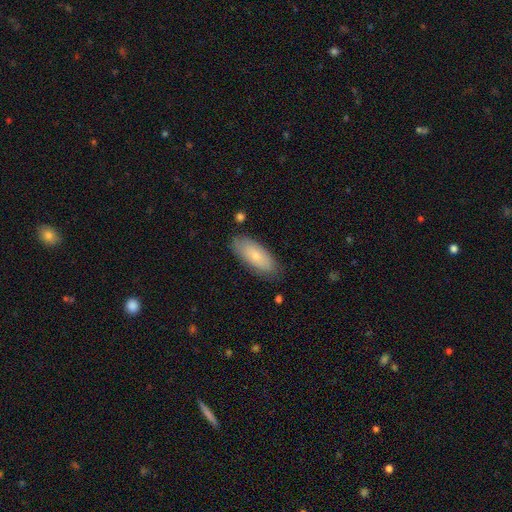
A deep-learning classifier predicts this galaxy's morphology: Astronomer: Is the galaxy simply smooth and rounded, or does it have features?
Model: smooth — 71%.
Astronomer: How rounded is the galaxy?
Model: in between — 82%.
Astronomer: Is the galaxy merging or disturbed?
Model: none — 81%.